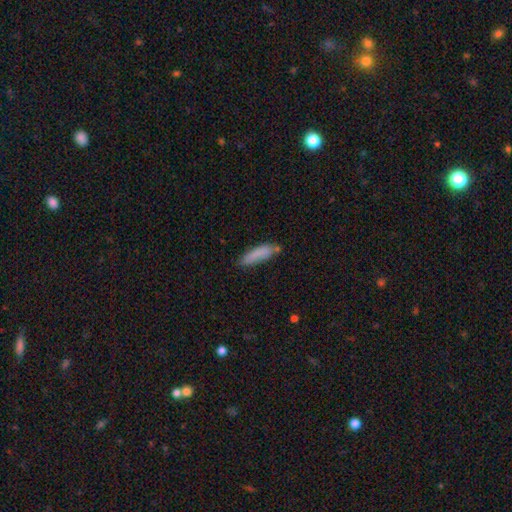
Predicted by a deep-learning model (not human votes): smooth-or-featured: smooth: 82% | featured or disk: 10% | star or artifact: 8%
  how-rounded: cigar-shaped: 66% | in between: 33% | round: 2%
  merging: none: 67% | minor disturbance: 22% | merger: 6% | major disturbance: 5%